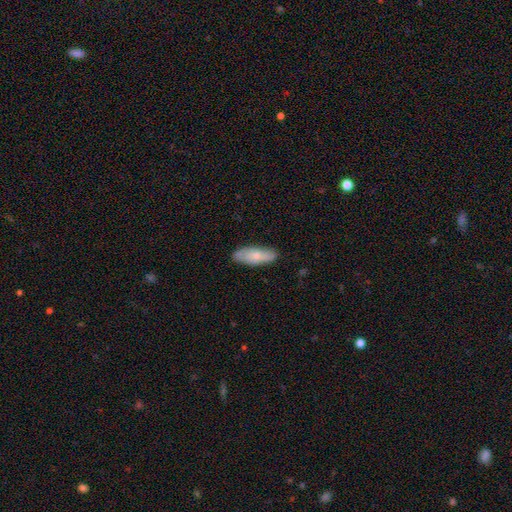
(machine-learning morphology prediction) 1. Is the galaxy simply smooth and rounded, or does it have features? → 71% smooth, 23% featured or disk, 6% star or artifact.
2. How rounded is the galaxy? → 69% in between, 29% cigar-shaped, 2% round.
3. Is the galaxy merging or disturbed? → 82% none, 15% minor disturbance, 3% major disturbance, 1% merger.